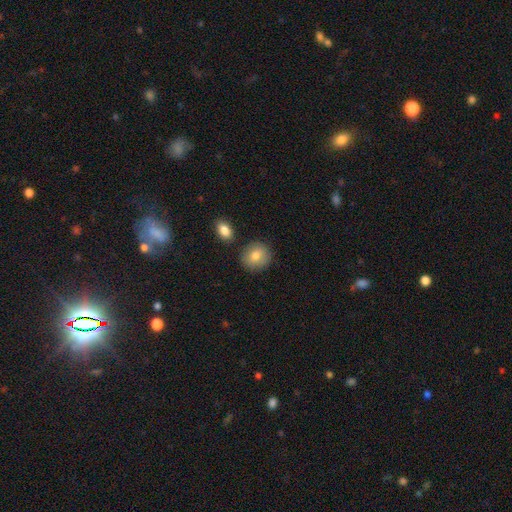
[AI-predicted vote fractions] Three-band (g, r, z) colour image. It shows a smooth galaxy with no disk features (82%) that is round (82%). Merging: none (83%).